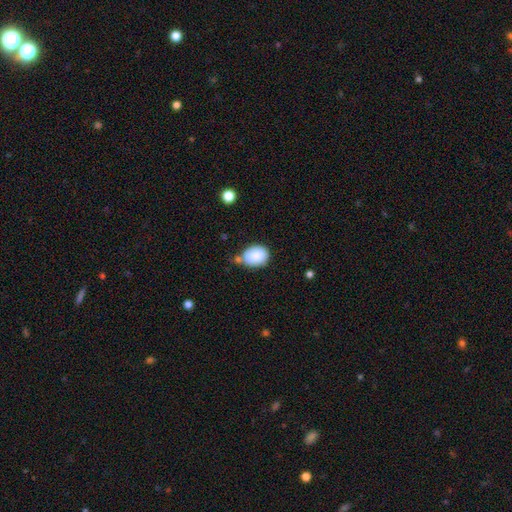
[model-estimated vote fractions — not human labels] Overall: smooth (86%). How rounded: in between (58%; round 41%). Merging: none (56%; minor disturbance 28%).